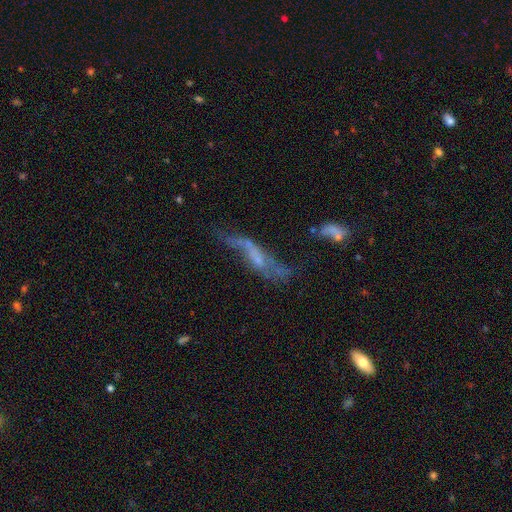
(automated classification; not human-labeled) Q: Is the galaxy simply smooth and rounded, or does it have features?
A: featured or disk — 63%.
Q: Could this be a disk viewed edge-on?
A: no — 73%.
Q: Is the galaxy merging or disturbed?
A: none — 34%.